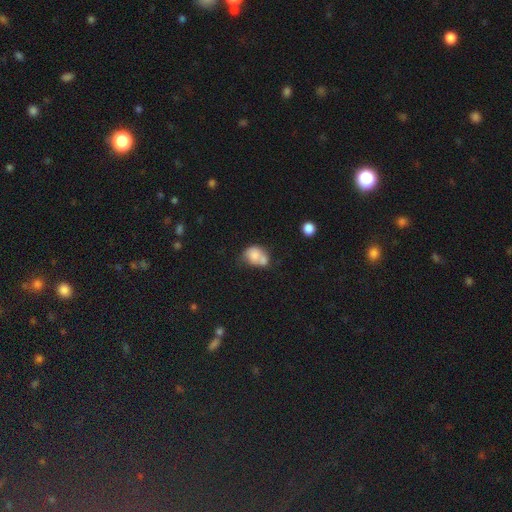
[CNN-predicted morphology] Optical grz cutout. It shows a smooth galaxy with no disk features (73%) that is in between round and cigar-shaped (50%). Merging: merger (50%).